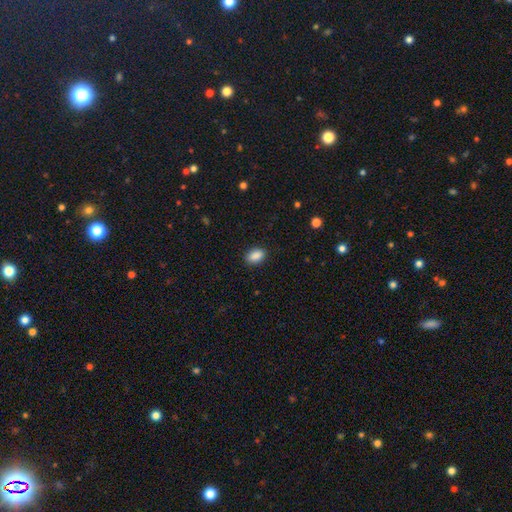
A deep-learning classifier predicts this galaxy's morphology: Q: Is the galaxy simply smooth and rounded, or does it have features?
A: smooth — 89%.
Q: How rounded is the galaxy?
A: in between — 88%.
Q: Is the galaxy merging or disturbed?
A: none — 89%.